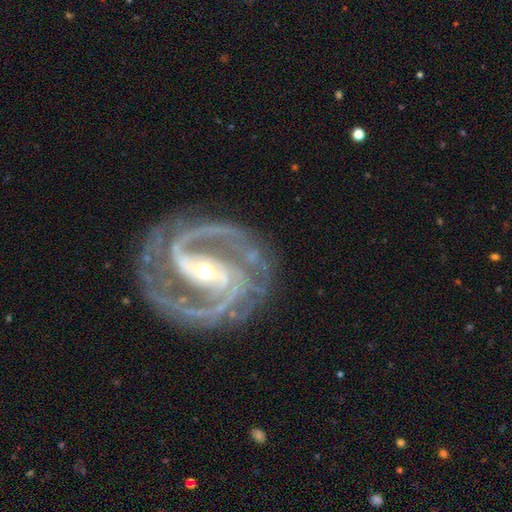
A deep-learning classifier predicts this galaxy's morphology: featured or disk 94%, star or artifact 4%, smooth 2%. Down the decision tree: edge-on disk — no (98%); bar — strong (53%); spiral arms — yes (99%); spiral arm count — 2 (72%); spiral winding — medium (54%); bulge size — moderate (52%); merging — none (75%).